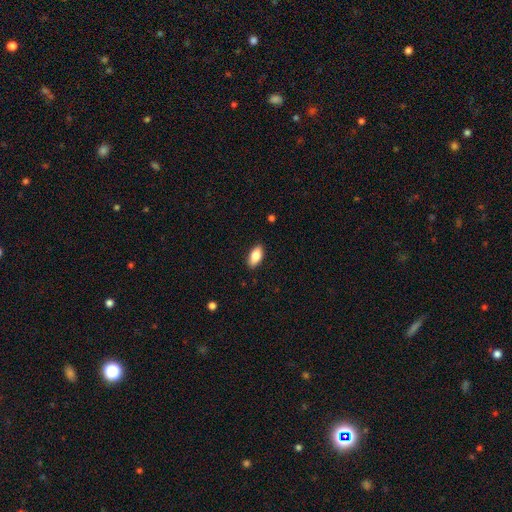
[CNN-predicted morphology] A smooth galaxy with no disk features (84%) that is in between round and cigar-shaped (90%).

Vote fractions:
- Smooth or featured? smooth: 84% / featured or disk: 9% / star or artifact: 7%
- How rounded? in between: 90% / cigar-shaped: 7% / round: 3%
- Merging? none: 88% / minor disturbance: 9% / major disturbance: 2% / merger: 1%